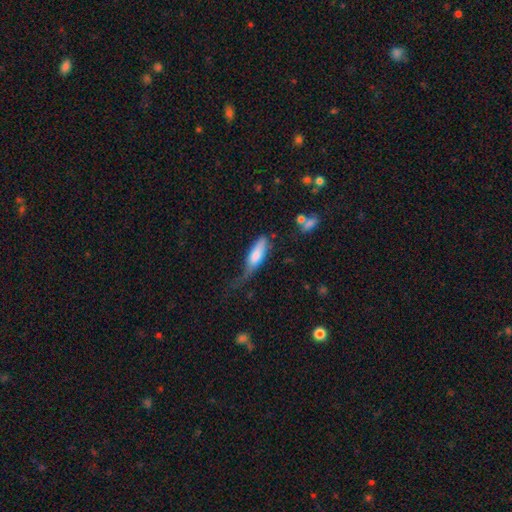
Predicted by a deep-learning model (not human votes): This appears to be a smooth galaxy with no disk features (73%) that is in between round and cigar-shaped (59%). Merging: minor disturbance (37%).